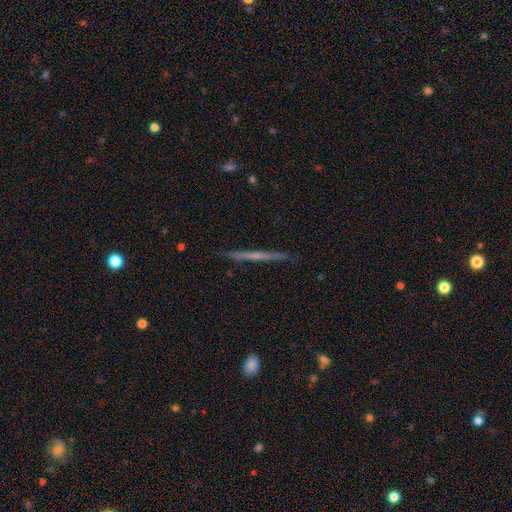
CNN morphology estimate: Smooth or featured? featured or disk (59%)
Edge-on disk? yes (98%)
Edge-on bulge? none (76%)
Merging? none (91%)